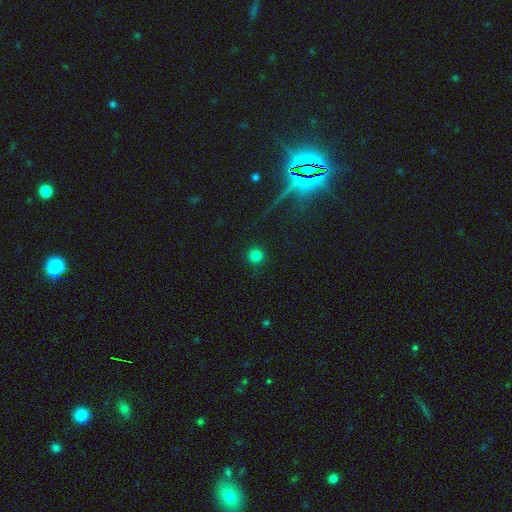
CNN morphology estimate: A smooth galaxy with no disk features (81%) that is round (96%). Merging: none (91%).